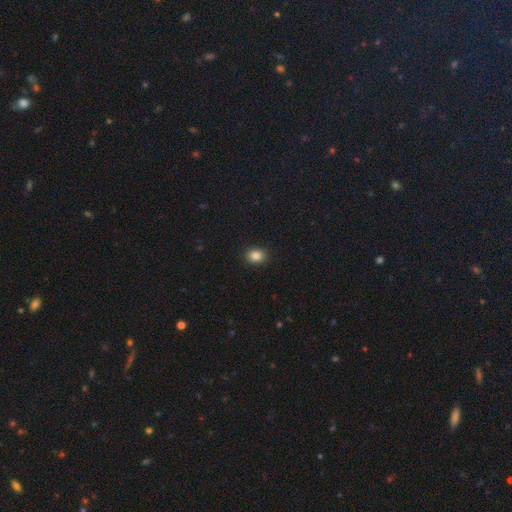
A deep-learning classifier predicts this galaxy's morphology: A smooth galaxy with no disk features (86%) that is round (53%).

Vote fractions:
- Smooth or featured? smooth: 86% / star or artifact: 10% / featured or disk: 4%
- How rounded? round: 53% / in between: 46% / cigar-shaped: 1%
- Merging? none: 90% / minor disturbance: 7% / major disturbance: 2% / merger: 1%